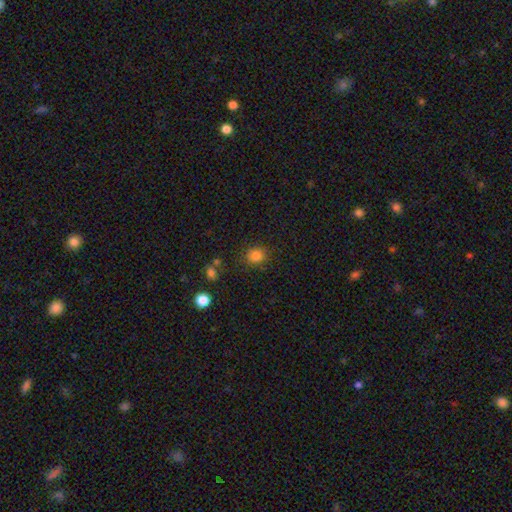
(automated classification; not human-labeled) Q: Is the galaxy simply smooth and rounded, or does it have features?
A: smooth — 82%.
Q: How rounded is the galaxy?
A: round — 77%.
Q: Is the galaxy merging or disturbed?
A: none — 85%.